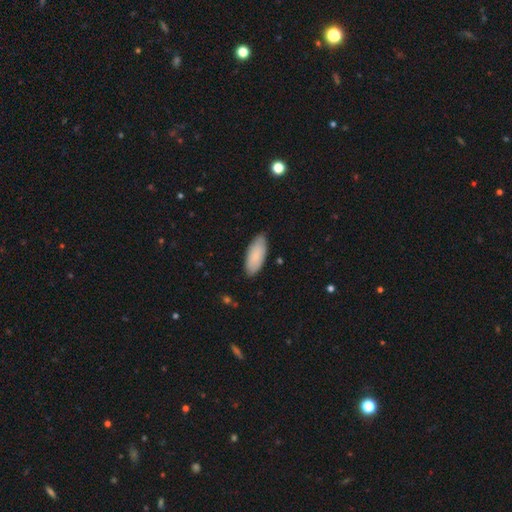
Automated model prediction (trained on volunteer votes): This is clearly a smooth galaxy (86%). How rounded: clearly in between (85%). Merging: clearly none (83%).